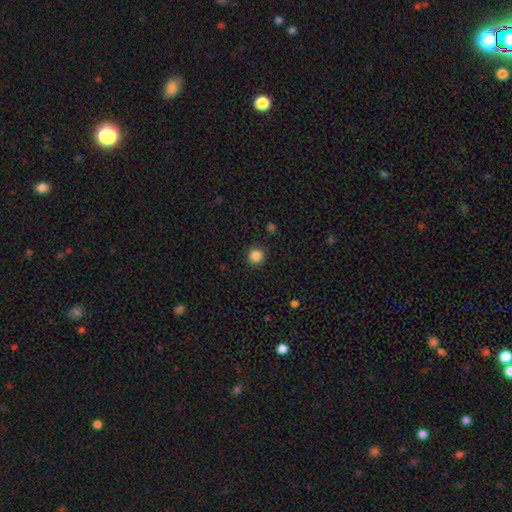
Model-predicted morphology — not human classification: Q: Smooth or featured?
A: smooth (86%); runner-up: star or artifact (11%)
Q: How rounded?
A: round (94%); runner-up: in between (5%)
Q: Merging?
A: none (91%); runner-up: minor disturbance (6%)